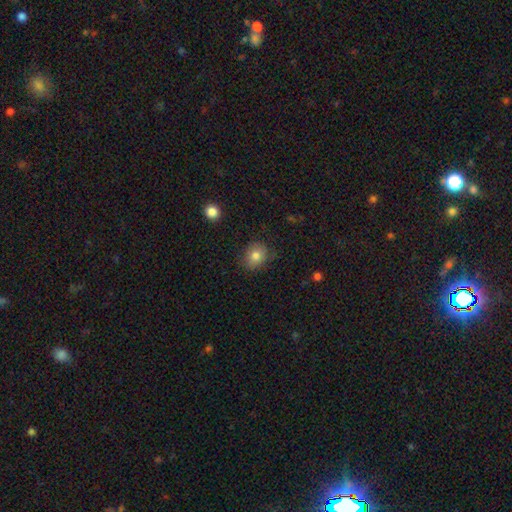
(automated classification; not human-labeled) Overall: smooth (80%). How rounded: round (69%; in between 30%). Merging: none (80%).